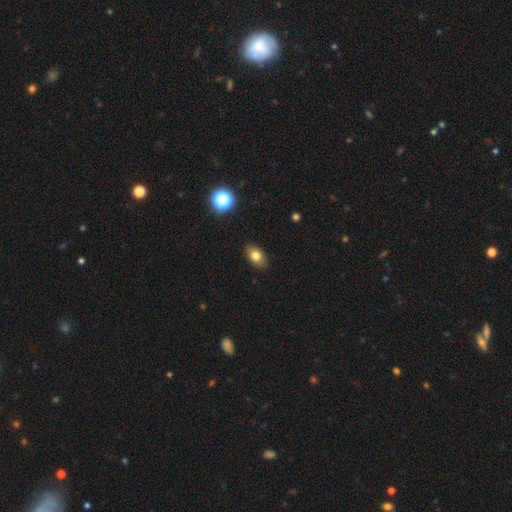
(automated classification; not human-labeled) Smooth or featured? smooth (78%)
How rounded? in between (86%)
Merging? none (88%)